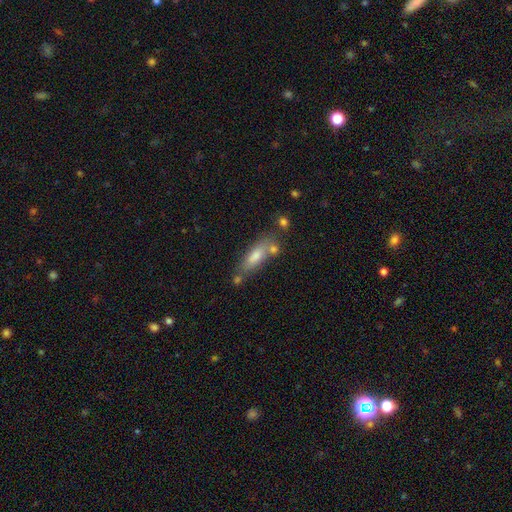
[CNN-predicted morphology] Smooth or featured? Predicted: smooth (p=0.67). How rounded? Predicted: cigar-shaped (p=0.51). Merging? Predicted: none (p=0.62).